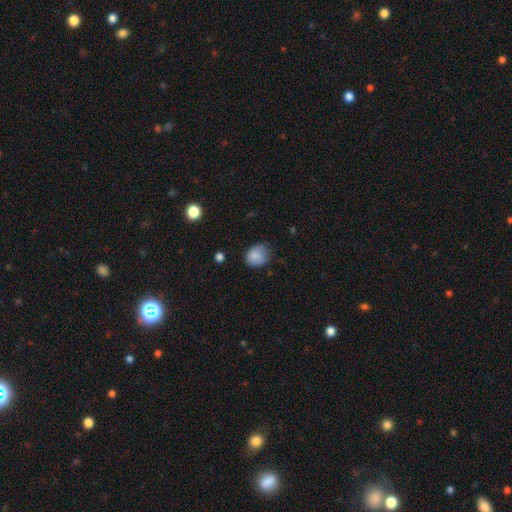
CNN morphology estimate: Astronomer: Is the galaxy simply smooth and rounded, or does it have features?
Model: smooth — 85%.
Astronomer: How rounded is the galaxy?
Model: round — 63%.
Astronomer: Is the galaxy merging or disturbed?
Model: none — 60%.